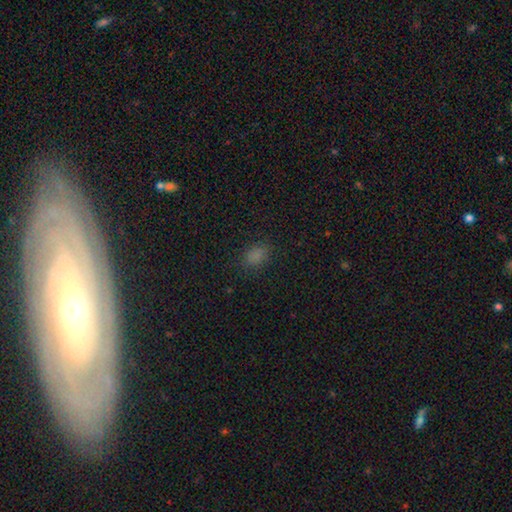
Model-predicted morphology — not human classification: The model was most divided on "how rounded": in between: 75%, round: 23%, cigar-shaped: 2%. More confident: merging — none (82%); smooth or featured — smooth (79%).